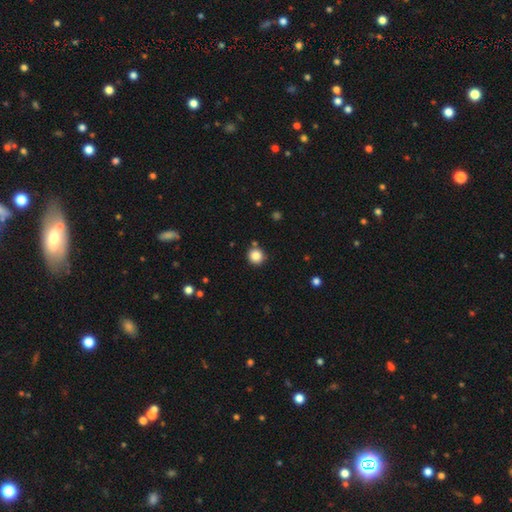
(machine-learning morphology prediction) A smooth galaxy with no disk features (85%) that is round (94%). Merging: none (86%).